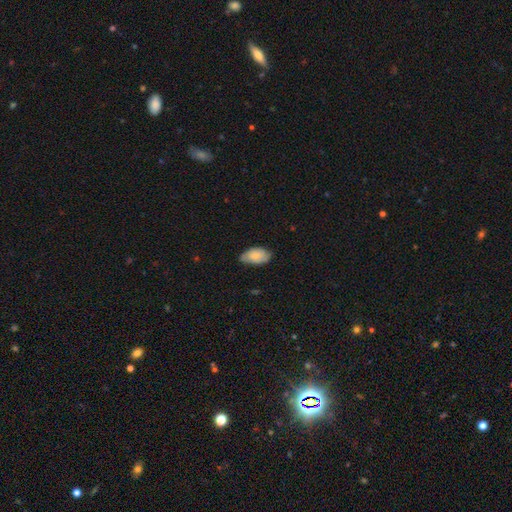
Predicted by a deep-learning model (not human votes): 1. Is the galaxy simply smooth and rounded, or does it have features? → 76% smooth, 18% featured or disk, 7% star or artifact.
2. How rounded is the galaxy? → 94% in between, 4% round, 2% cigar-shaped.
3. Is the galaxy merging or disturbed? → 61% none, 32% minor disturbance, 5% major disturbance, 1% merger.